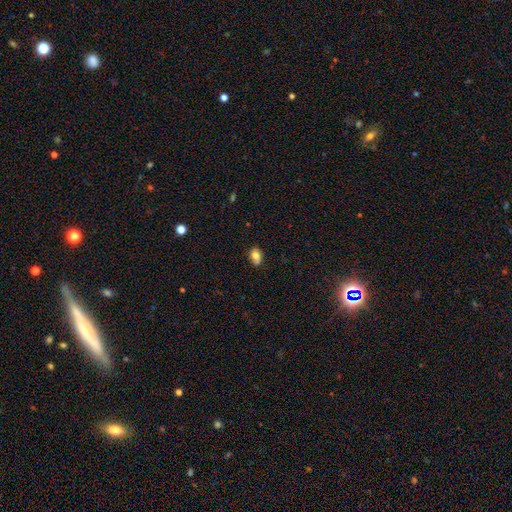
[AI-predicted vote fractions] This appears to be a smooth galaxy with no disk features (78%) that is in between round and cigar-shaped (75%). Merging: none (62%).